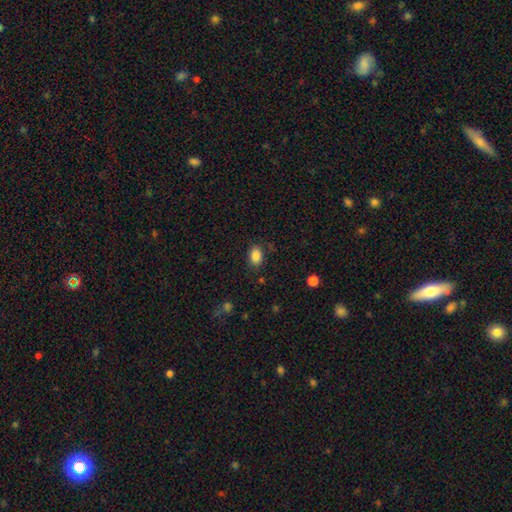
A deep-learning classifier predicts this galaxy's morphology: Smooth or featured? Predicted: smooth (p=0.87). How rounded? Predicted: in between (p=0.82). Merging? Predicted: none (p=0.83).